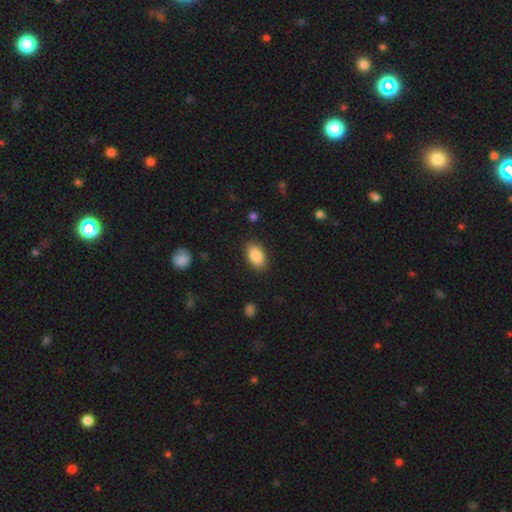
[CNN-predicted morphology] Smooth or featured: smooth — 87% (star or artifact — 7%)
How rounded: in between — 92% (round — 6%)
Merging: none — 87% (minor disturbance — 10%)